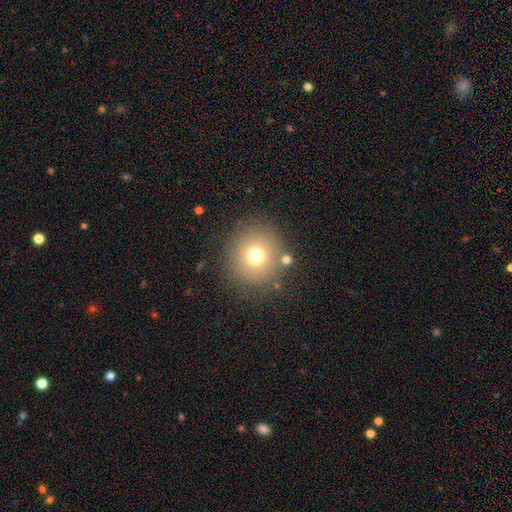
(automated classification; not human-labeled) The model was most divided on "smooth or featured": smooth: 71%, star or artifact: 16%, featured or disk: 13%. More confident: how rounded — round (93%); merging — none (83%).